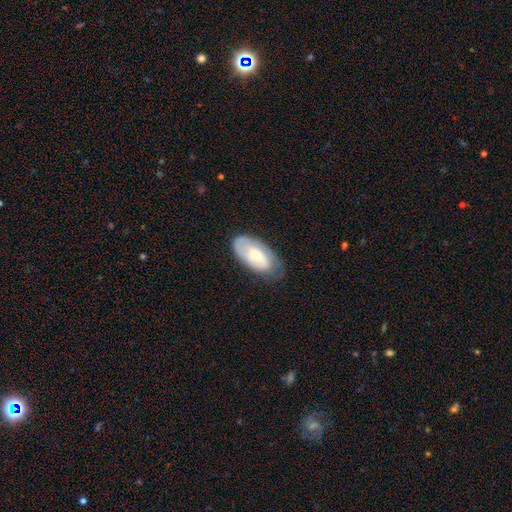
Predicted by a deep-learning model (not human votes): This appears to be a featured or disk galaxy (53%). Merging: none (63%).